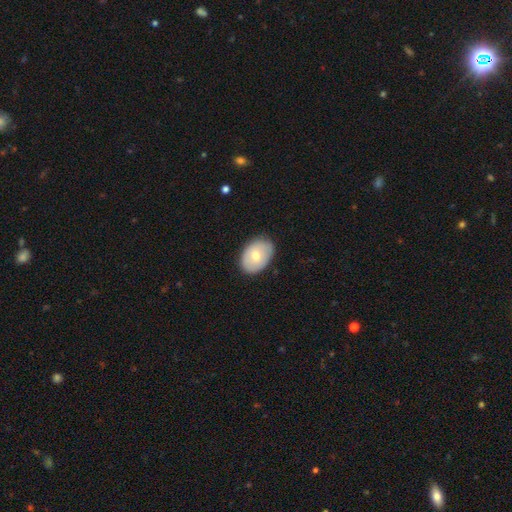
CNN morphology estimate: This is likely a smooth galaxy (68%). How rounded: likely in between (80%). Merging: clearly none (81%).